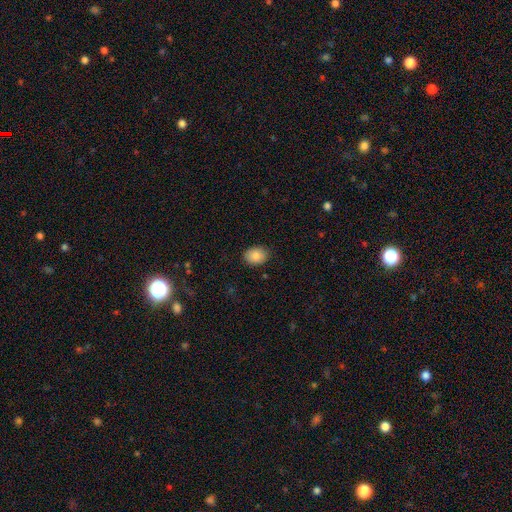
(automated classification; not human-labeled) Morphology: type=smooth (86%); roundness=in between (66%); merging=none (87%).